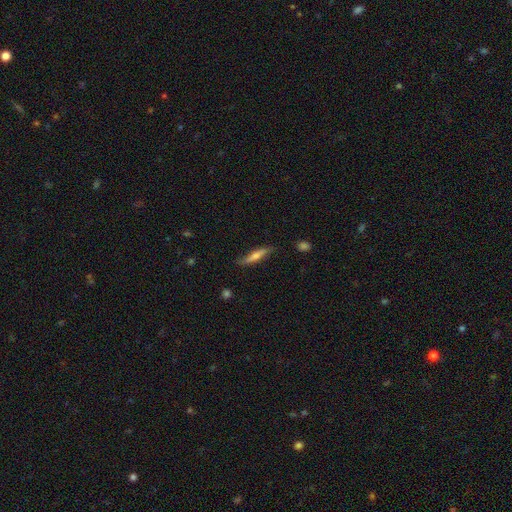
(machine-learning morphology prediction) A smooth galaxy with no disk features (52%) that is cigar-shaped (85%). Merging: none (76%).